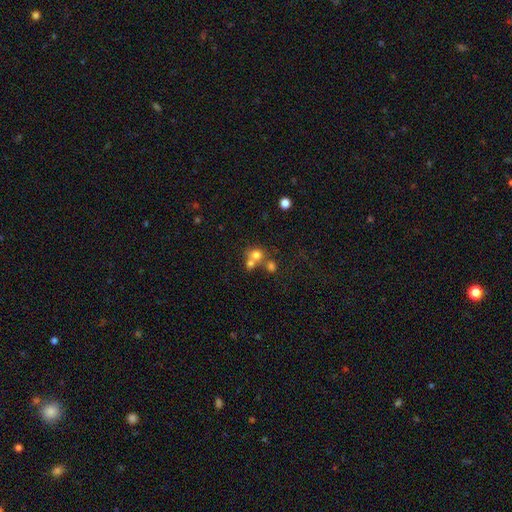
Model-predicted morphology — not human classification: Smooth or featured: smooth — 71% (featured or disk — 15%)
How rounded: round — 77% (in between — 22%)
Merging: merger — 50% (none — 38%)